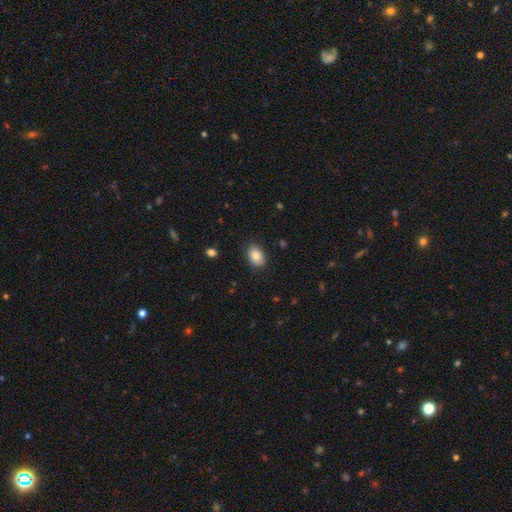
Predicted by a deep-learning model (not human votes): Morphology: type=smooth (86%); roundness=in between (83%); merging=none (85%).